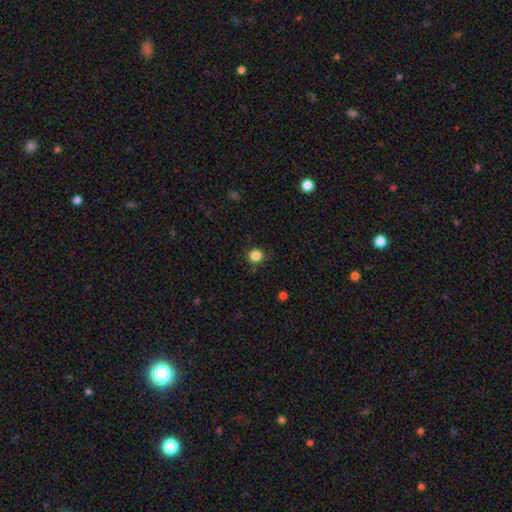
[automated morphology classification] Q: Smooth or featured?
A: smooth (85%); runner-up: star or artifact (12%)
Q: How rounded?
A: round (92%); runner-up: in between (7%)
Q: Merging?
A: none (87%); runner-up: minor disturbance (8%)